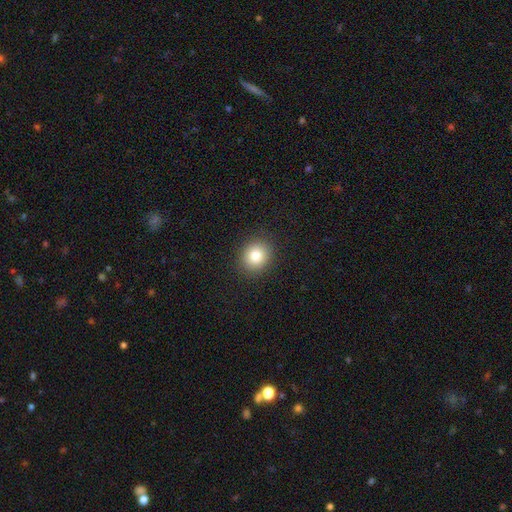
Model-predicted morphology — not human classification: Smooth or featured? smooth (82%)
How rounded? round (77%)
Merging? none (90%)